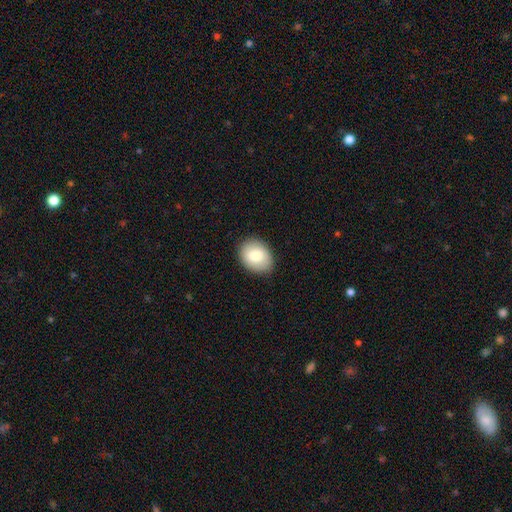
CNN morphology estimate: Smooth or featured? smooth (81%)
How rounded? in between (66%)
Merging? none (87%)